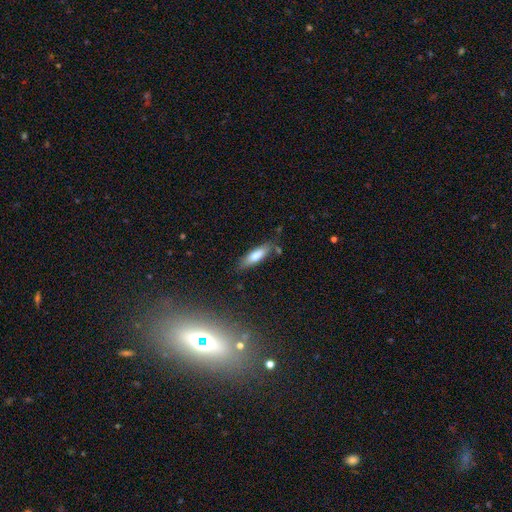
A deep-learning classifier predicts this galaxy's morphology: Smooth or featured? Predicted: smooth (p=0.71). How rounded? Predicted: cigar-shaped (p=0.52). Merging? Predicted: none (p=0.72).